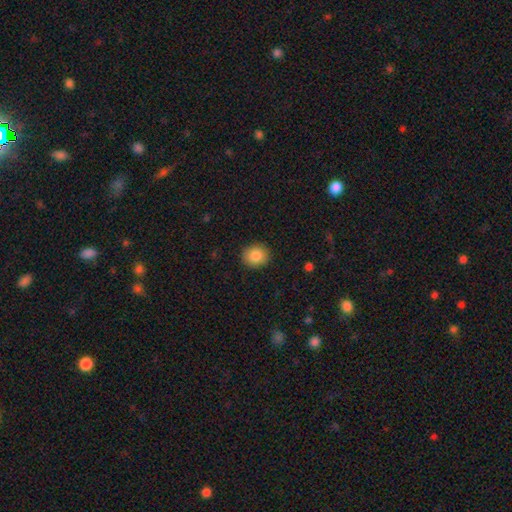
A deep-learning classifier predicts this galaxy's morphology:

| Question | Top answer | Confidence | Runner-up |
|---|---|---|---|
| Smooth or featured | smooth | 85% | star or artifact (9%) |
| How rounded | round | 76% | in between (23%) |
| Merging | none | 91% | minor disturbance (7%) |